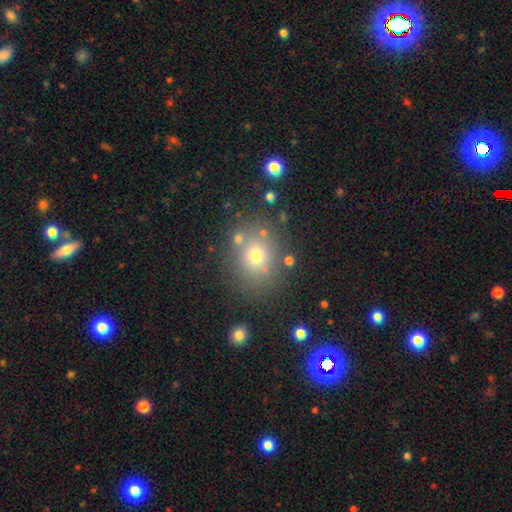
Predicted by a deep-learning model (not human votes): A smooth galaxy with no disk features (68%) that is round (71%).

Vote fractions:
- Smooth or featured? smooth: 68% / star or artifact: 19% / featured or disk: 13%
- How rounded? round: 71% / in between: 28% / cigar-shaped: 1%
- Merging? none: 77% / minor disturbance: 11% / merger: 7% / major disturbance: 5%